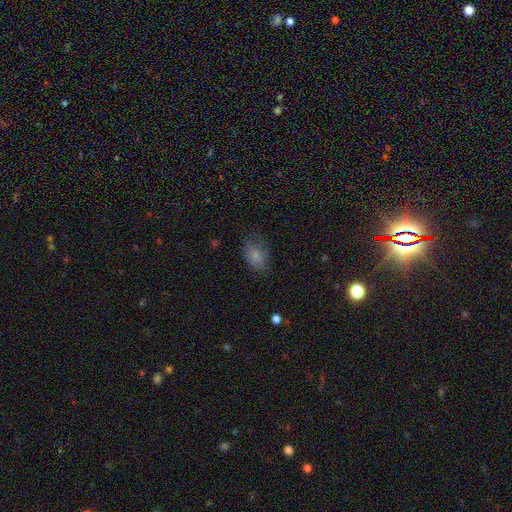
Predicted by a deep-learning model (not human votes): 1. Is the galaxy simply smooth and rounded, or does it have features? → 80% smooth, 11% featured or disk, 10% star or artifact.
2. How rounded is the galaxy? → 84% in between, 14% round, 2% cigar-shaped.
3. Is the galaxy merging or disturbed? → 66% none, 25% minor disturbance, 9% major disturbance, 1% merger.